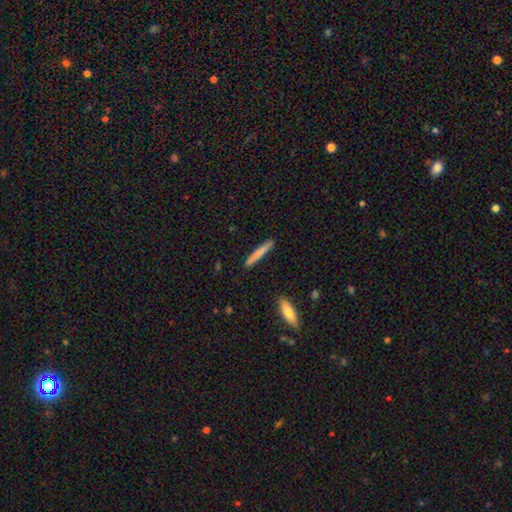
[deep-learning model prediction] Smooth or featured: smooth — 71% (featured or disk — 23%)
How rounded: cigar-shaped — 95% (in between — 3%)
Merging: none — 90% (minor disturbance — 7%)